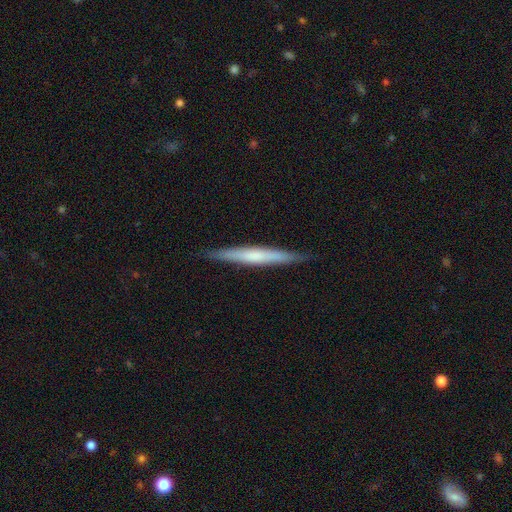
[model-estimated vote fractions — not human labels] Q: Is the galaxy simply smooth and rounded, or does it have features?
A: featured or disk — 49%.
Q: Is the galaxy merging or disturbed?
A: none — 90%.